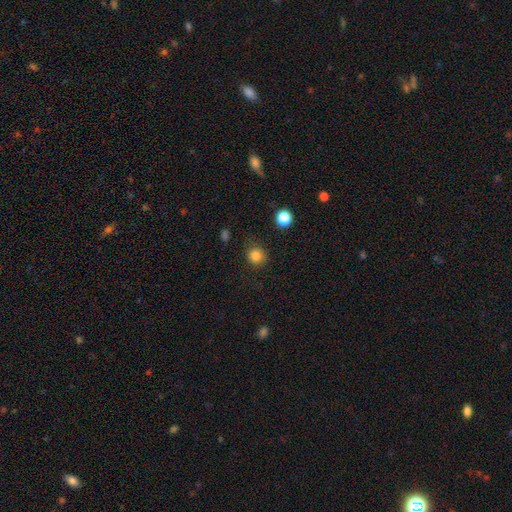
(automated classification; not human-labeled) Smooth or featured? Predicted: smooth (p=0.83). How rounded? Predicted: round (p=0.90). Merging? Predicted: none (p=0.85).